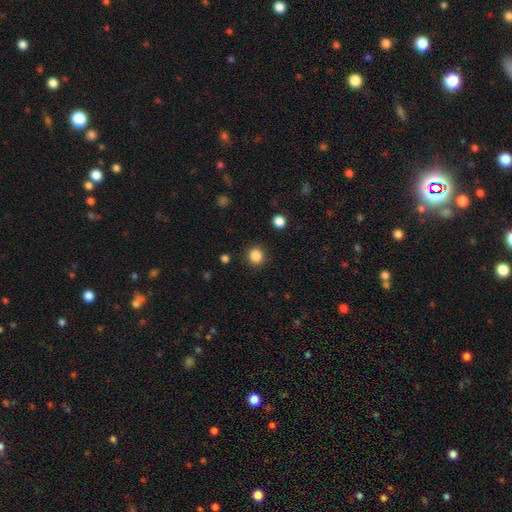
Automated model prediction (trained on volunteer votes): The model was most divided on "smooth or featured": smooth: 86%, star or artifact: 11%, featured or disk: 3%. More confident: merging — none (90%); how rounded — round (89%).